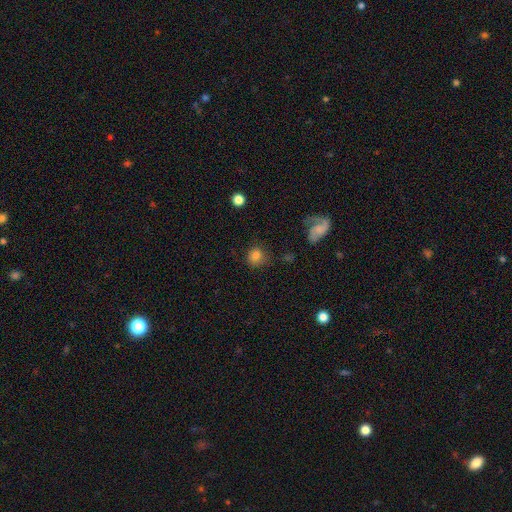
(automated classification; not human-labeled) A smooth galaxy with no disk features (79%) that is round (76%). Merging: none (71%).